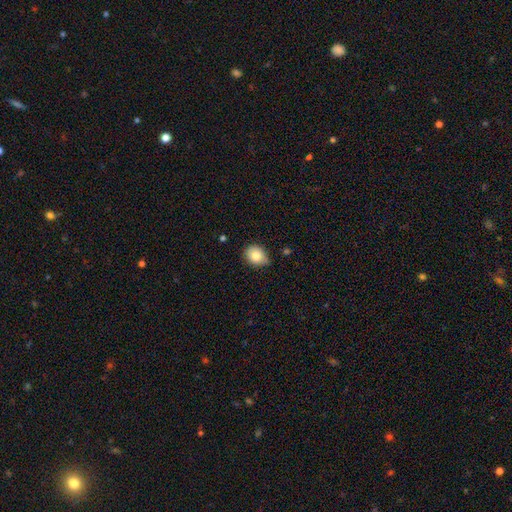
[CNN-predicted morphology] Smooth or featured: smooth — 80% (featured or disk — 11%)
How rounded: round — 58% (in between — 41%)
Merging: none — 65% (minor disturbance — 29%)